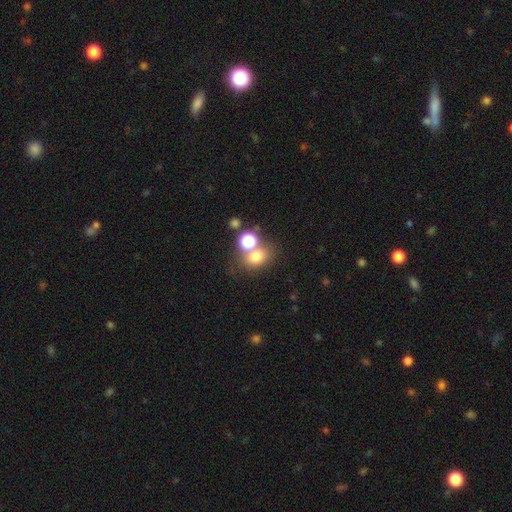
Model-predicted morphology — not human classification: Smooth or featured?
  - smooth: 71% *
  - star or artifact: 18%
  - featured or disk: 10%
How rounded?
  - round: 56% *
  - in between: 43%
  - cigar-shaped: 1%
Merging?
  - none: 56% *
  - merger: 29%
  - minor disturbance: 10%
  - major disturbance: 5%